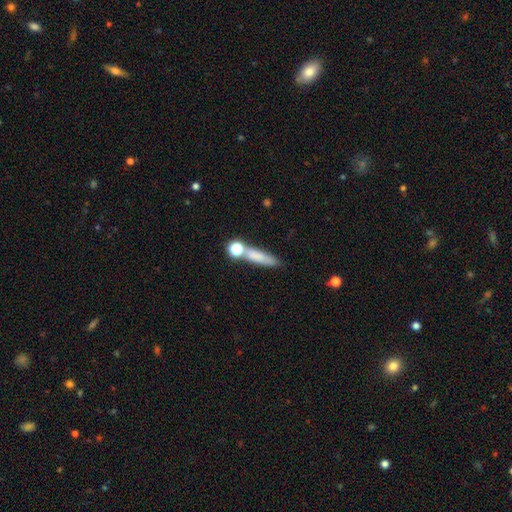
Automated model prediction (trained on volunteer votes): Smooth or featured: smooth — 72% (featured or disk — 16%)
How rounded: cigar-shaped — 65% (in between — 25%)
Merging: none — 58% (merger — 20%)